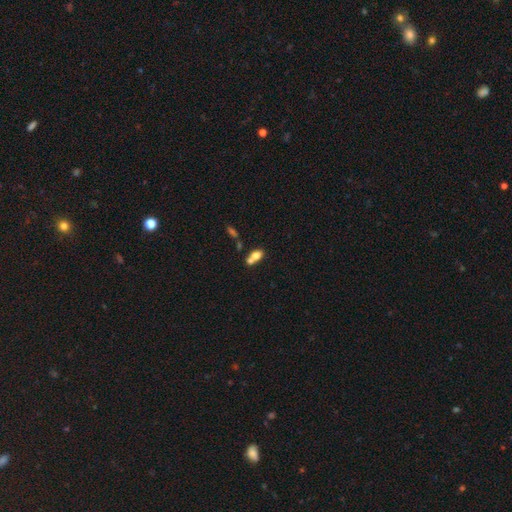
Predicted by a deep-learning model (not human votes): Morphology: type=smooth (72%); roundness=in between (77%); merging=merger (57%).